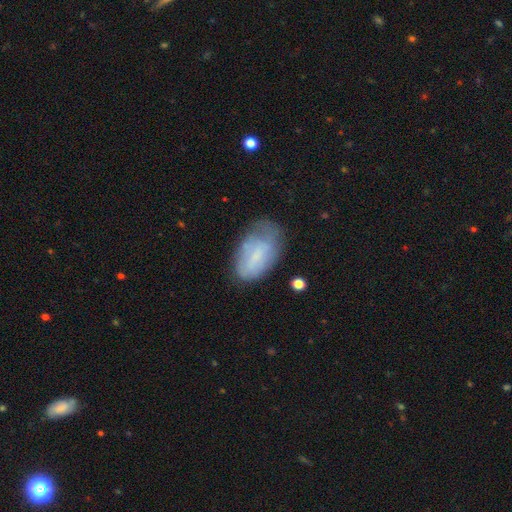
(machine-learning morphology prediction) Smooth or featured?
  - smooth: 63% *
  - featured or disk: 29%
  - star or artifact: 8%
How rounded?
  - in between: 93% *
  - round: 5%
  - cigar-shaped: 2%
Merging?
  - none: 47% *
  - minor disturbance: 33%
  - major disturbance: 17%
  - merger: 3%